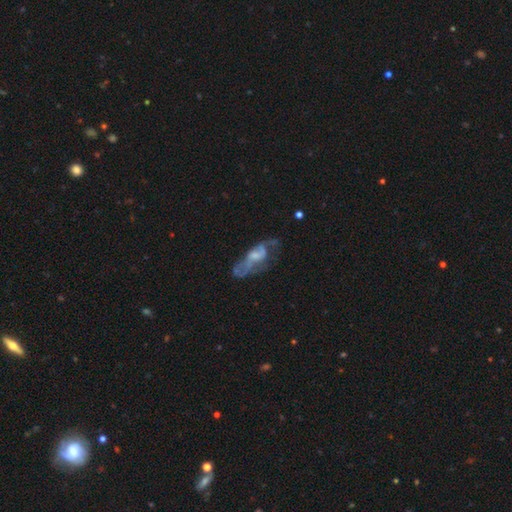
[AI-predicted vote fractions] smooth_or_featured: featured or disk (p=0.63) [alt: smooth p=0.27]
disk_edge_on: no (p=0.86) [alt: yes p=0.14]
bar: no (p=0.69) [alt: weak p=0.25]
has_spiral_arms: no (p=0.54) [alt: yes p=0.46]
bulge_size: small (p=0.37) [alt: moderate p=0.34]
merging: none (p=0.37) [alt: major disturbance p=0.36]